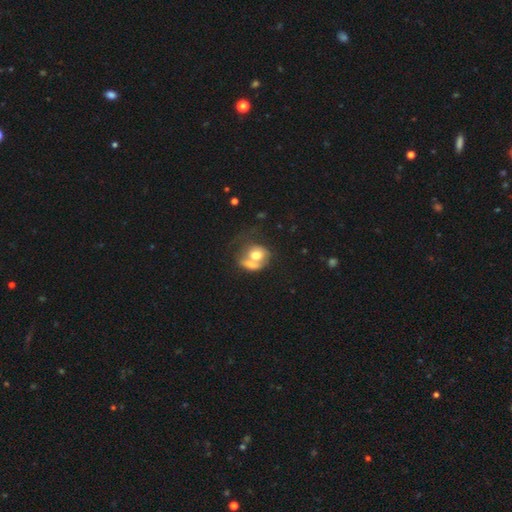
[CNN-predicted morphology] Smooth or featured? Predicted: smooth (p=0.60). How rounded? Predicted: round (p=0.49, tied with in between). Merging? Predicted: merger (p=0.59).